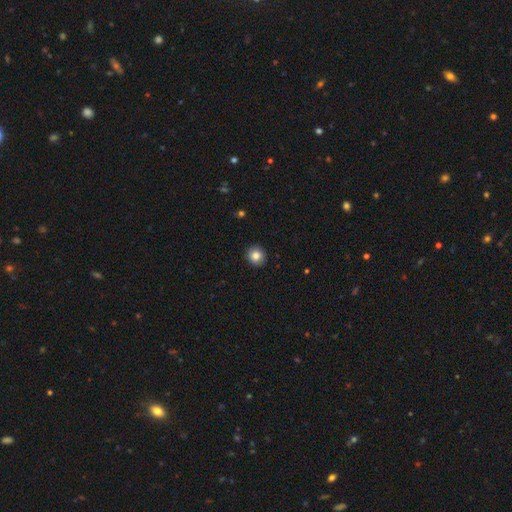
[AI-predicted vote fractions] Overall: smooth (84%). How rounded: round (90%). Merging: none (92%).